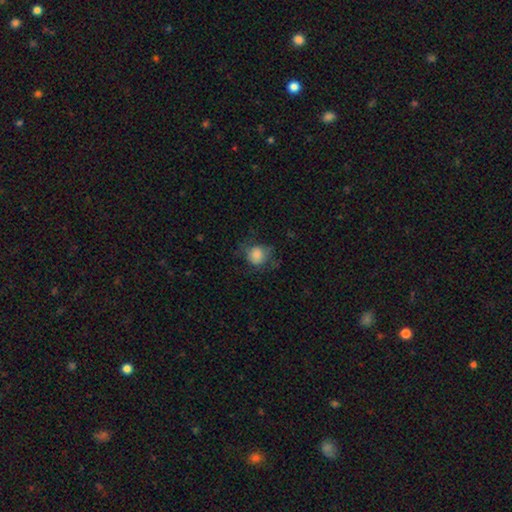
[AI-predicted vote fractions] smooth-or-featured: smooth: 79% | featured or disk: 11% | star or artifact: 10%
  how-rounded: round: 79% | in between: 20% | cigar-shaped: 1%
  merging: none: 59% | minor disturbance: 23% | major disturbance: 16% | merger: 1%